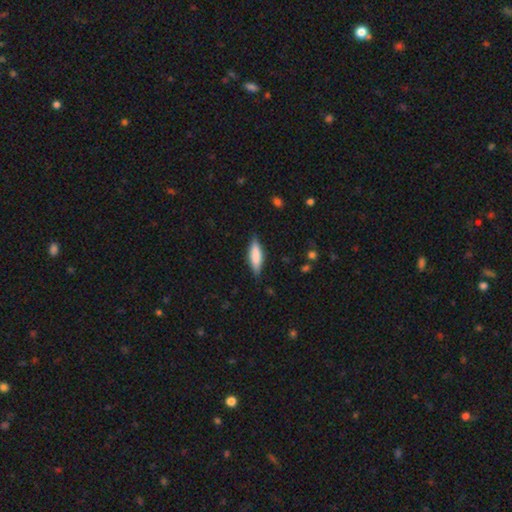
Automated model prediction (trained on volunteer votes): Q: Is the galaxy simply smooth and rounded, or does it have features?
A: smooth — 71%.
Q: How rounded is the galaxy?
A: cigar-shaped — 57%.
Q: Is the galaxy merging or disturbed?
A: none — 84%.